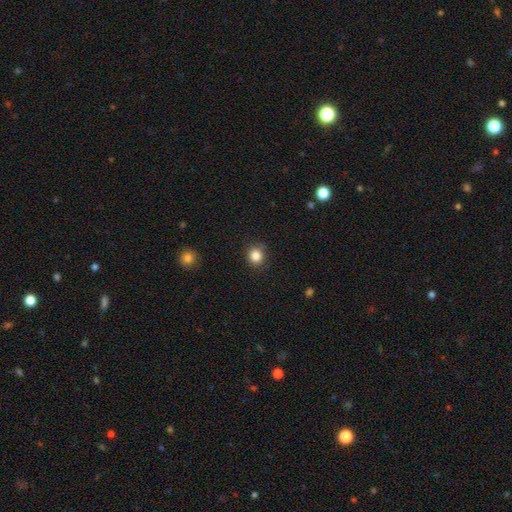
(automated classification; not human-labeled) Q: Smooth or featured?
A: smooth (85%); runner-up: star or artifact (11%)
Q: How rounded?
A: round (88%); runner-up: in between (11%)
Q: Merging?
A: none (87%); runner-up: minor disturbance (9%)